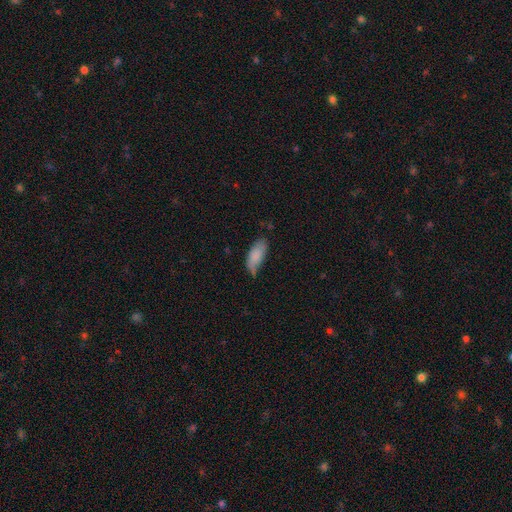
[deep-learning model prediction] Smooth or featured? smooth (84%)
How rounded? in between (85%)
Merging? none (50%)